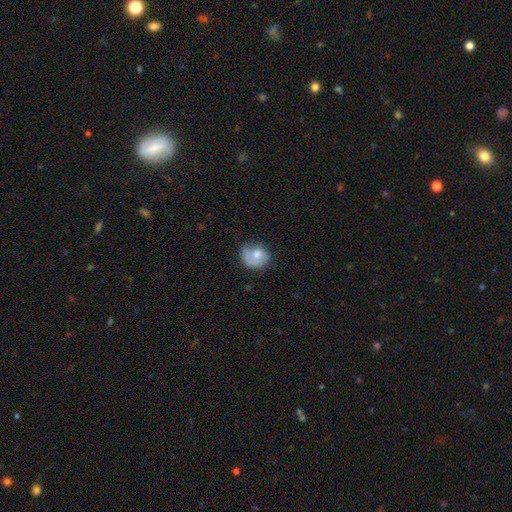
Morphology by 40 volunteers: Q: Smooth or featured?
A: featured or disk (52%); runner-up: smooth (45%)
Q: Edge-on disk?
A: no (95%); runner-up: yes (5%)
Q: Bar?
A: no (90%); runner-up: weak (10%)
Q: Spiral arms?
A: no (70%); runner-up: yes (30%)
Q: Bulge size?
A: moderate (50%); runner-up: small (35%)
Q: Merging?
A: none (56%); runner-up: major disturbance (31%)